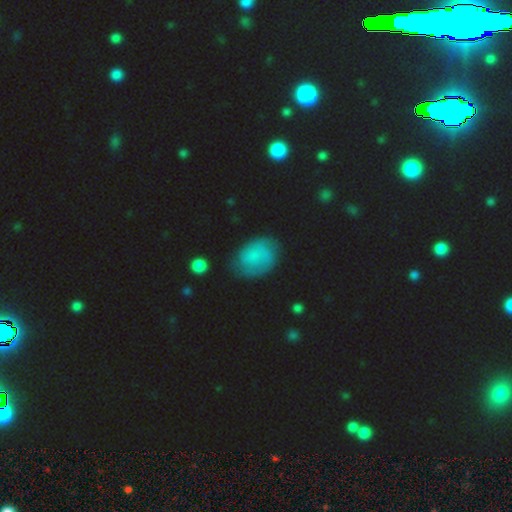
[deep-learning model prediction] A smooth galaxy with no disk features (46%). Merging: none (68%).